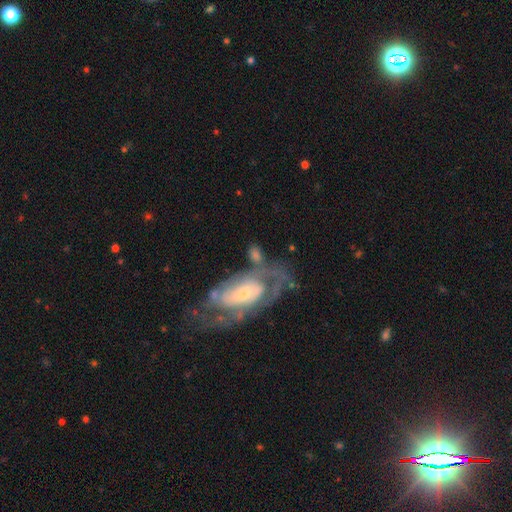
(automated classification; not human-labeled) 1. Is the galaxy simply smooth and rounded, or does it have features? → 69% featured or disk, 25% smooth, 7% star or artifact.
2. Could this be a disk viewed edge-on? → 92% no, 8% yes.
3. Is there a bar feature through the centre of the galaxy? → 61% no, 29% weak, 10% strong.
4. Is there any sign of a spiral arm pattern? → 79% yes, 21% no.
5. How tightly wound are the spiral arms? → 51% tight, 34% medium, 15% loose.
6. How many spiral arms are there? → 44% 2, 33% can't tell, 9% 1, 8% 3, 4% 4, 3% more than 4.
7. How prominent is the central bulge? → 57% small, 31% moderate, 7% large, 4% none, 2% dominant.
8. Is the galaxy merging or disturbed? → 46% none, 20% major disturbance, 19% minor disturbance, 15% merger.